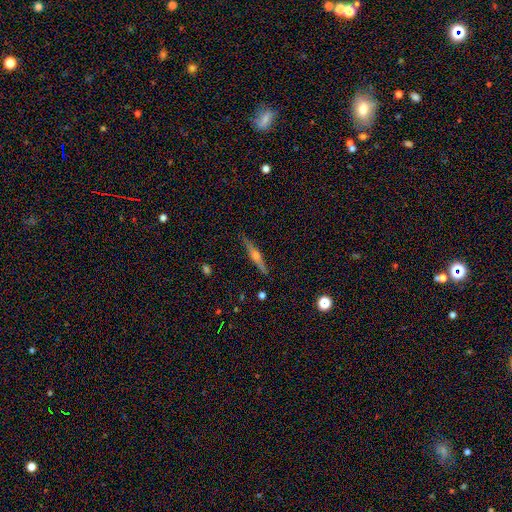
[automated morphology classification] type=featured or disk (75%); edge-on=yes (98%); edge-on bulge=rounded (90%); merging=none (89%).